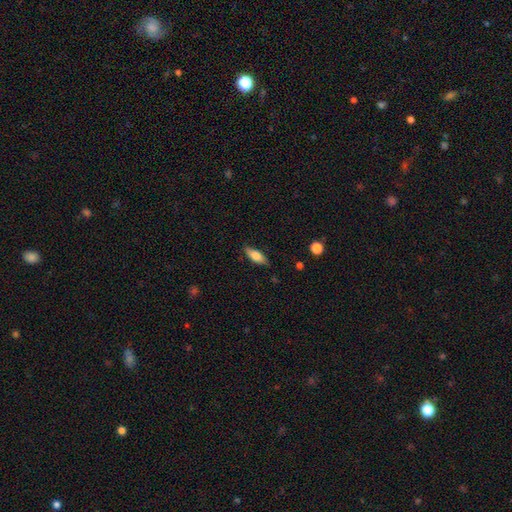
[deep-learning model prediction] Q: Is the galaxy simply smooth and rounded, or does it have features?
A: smooth — 67%.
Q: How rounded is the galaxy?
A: in between — 67%.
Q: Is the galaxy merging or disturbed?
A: none — 82%.